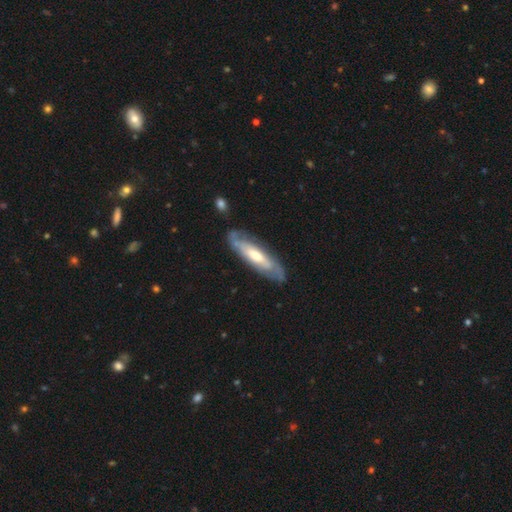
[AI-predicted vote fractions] Smooth or featured?
  - featured or disk: 64% *
  - smooth: 31%
  - star or artifact: 5%
Edge-on disk?
  - no: 65% *
  - yes: 35%
Merging?
  - none: 78% *
  - minor disturbance: 16%
  - major disturbance: 5%
  - merger: 2%